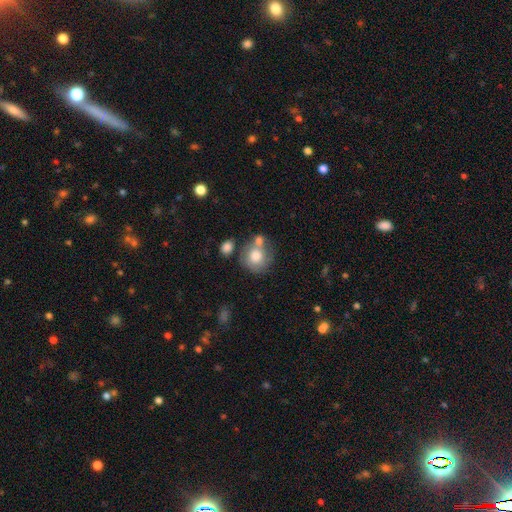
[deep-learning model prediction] smooth 71%, featured or disk 22%, star or artifact 7%. Down the decision tree: how rounded — round (81%); merging — none (43%).